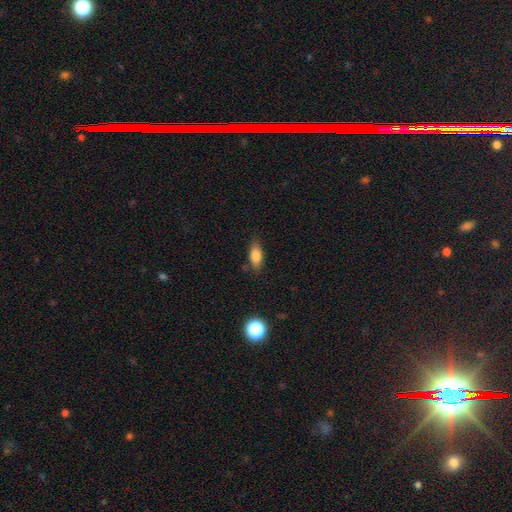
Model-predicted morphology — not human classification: type=smooth (81%); roundness=in between (81%); merging=none (79%).